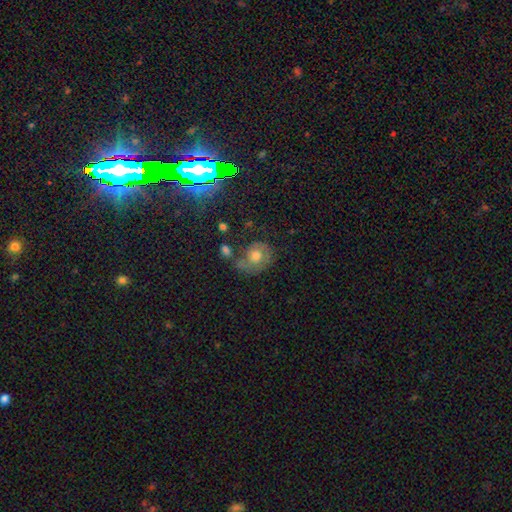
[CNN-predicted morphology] type=smooth (44%); merging=none (48%).